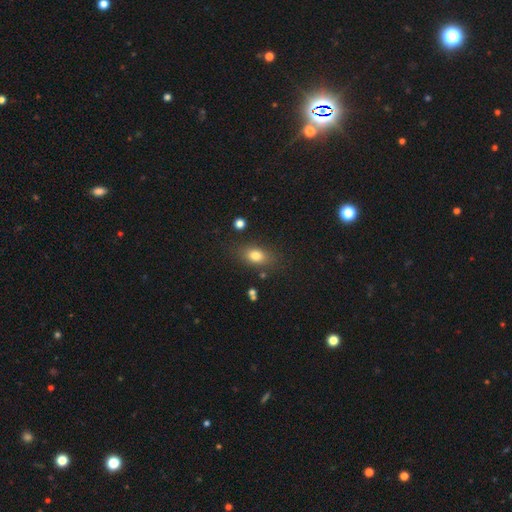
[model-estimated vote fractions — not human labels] smooth-or-featured: smooth: 79% | star or artifact: 10% | featured or disk: 10%
  how-rounded: in between: 79% | round: 16% | cigar-shaped: 5%
  merging: none: 79% | minor disturbance: 13% | major disturbance: 4% | merger: 3%